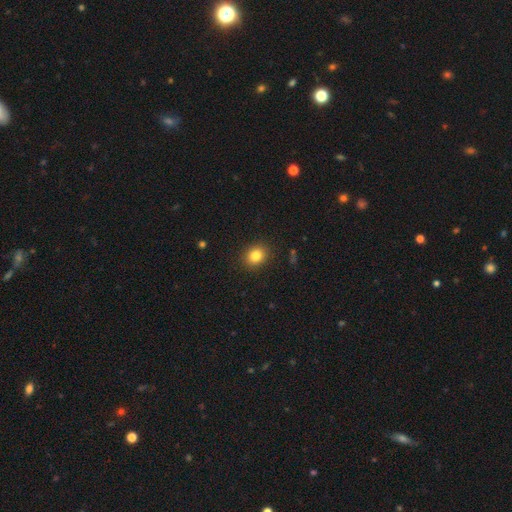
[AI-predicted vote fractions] The model was most divided on "how rounded": round: 63%, in between: 36%, cigar-shaped: 1%. More confident: merging — none (90%); smooth or featured — smooth (82%).